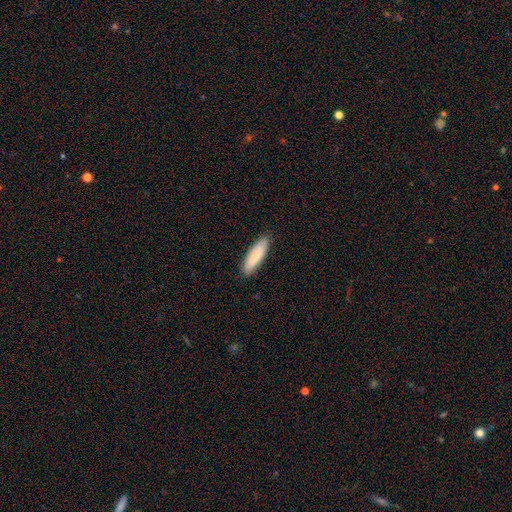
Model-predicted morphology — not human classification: A smooth galaxy with no disk features (82%) that is cigar-shaped (65%).

Vote fractions:
- Smooth or featured? smooth: 82% / featured or disk: 12% / star or artifact: 5%
- How rounded? cigar-shaped: 65% / in between: 34% / round: 1%
- Merging? none: 89% / minor disturbance: 9% / major disturbance: 2% / merger: 1%